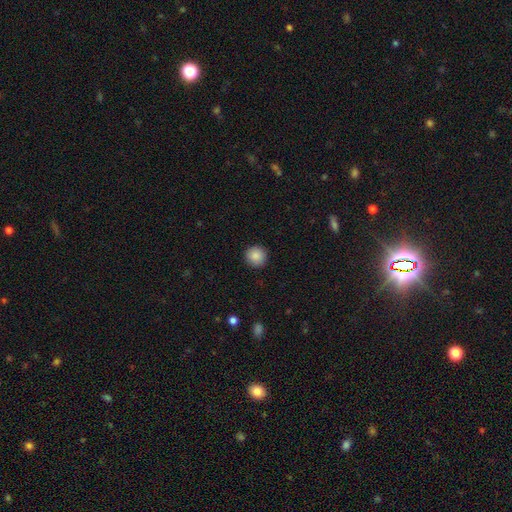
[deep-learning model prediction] Smooth or featured: smooth — 88% (star or artifact — 9%)
How rounded: round — 95% (in between — 4%)
Merging: none — 92% (minor disturbance — 5%)